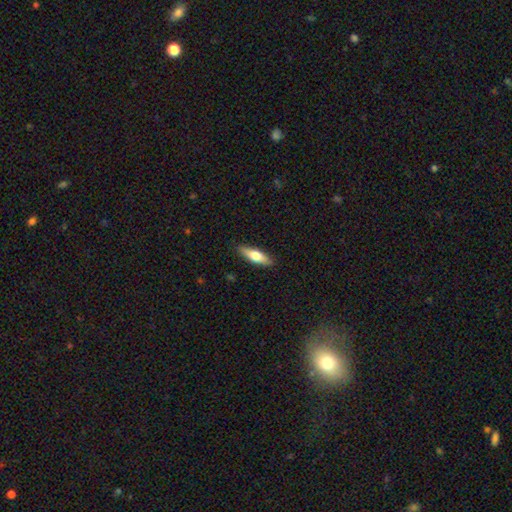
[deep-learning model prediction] Morphology: type=smooth (62%); roundness=cigar-shaped (53%); merging=none (88%).